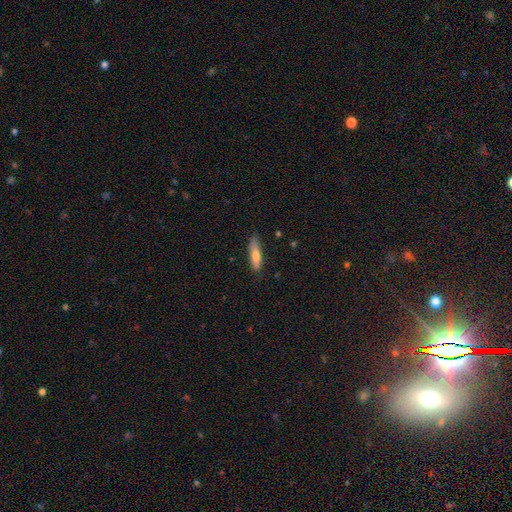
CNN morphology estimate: Smooth or featured?
  - smooth: 71% *
  - featured or disk: 23%
  - star or artifact: 6%
How rounded?
  - cigar-shaped: 73% *
  - in between: 25%
  - round: 2%
Merging?
  - none: 80% *
  - minor disturbance: 17%
  - major disturbance: 3%
  - merger: 1%